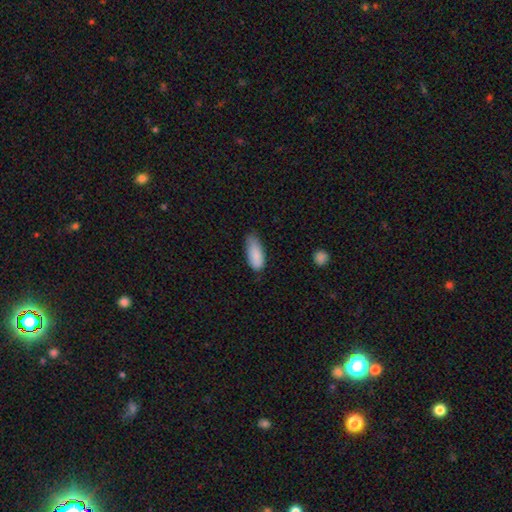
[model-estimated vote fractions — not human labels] smooth-or-featured: smooth: 87% | star or artifact: 7% | featured or disk: 6%
  how-rounded: in between: 82% | cigar-shaped: 16% | round: 2%
  merging: none: 53% | minor disturbance: 38% | major disturbance: 7% | merger: 2%